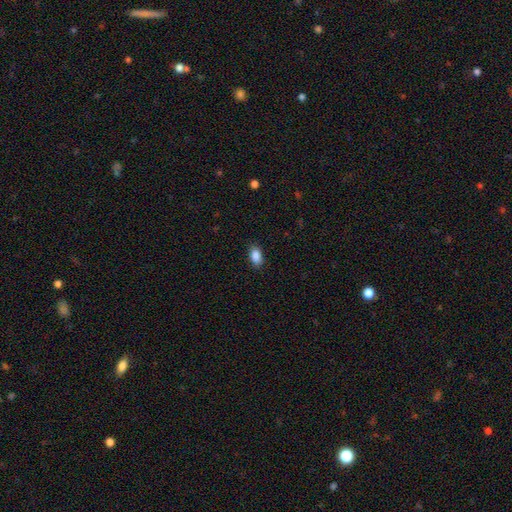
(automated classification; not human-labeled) Smooth or featured?
  - smooth: 88% *
  - star or artifact: 8%
  - featured or disk: 4%
How rounded?
  - in between: 91% *
  - round: 6%
  - cigar-shaped: 3%
Merging?
  - none: 87% *
  - minor disturbance: 10%
  - major disturbance: 2%
  - merger: 1%